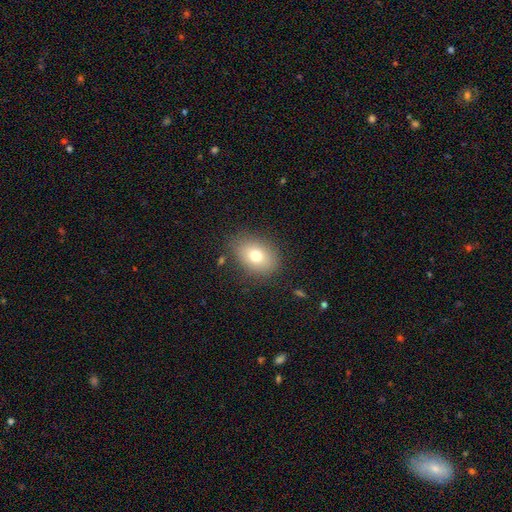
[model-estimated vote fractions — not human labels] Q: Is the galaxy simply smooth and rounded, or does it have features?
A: smooth — 75%.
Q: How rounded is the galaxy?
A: in between — 68%.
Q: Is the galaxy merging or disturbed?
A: none — 82%.